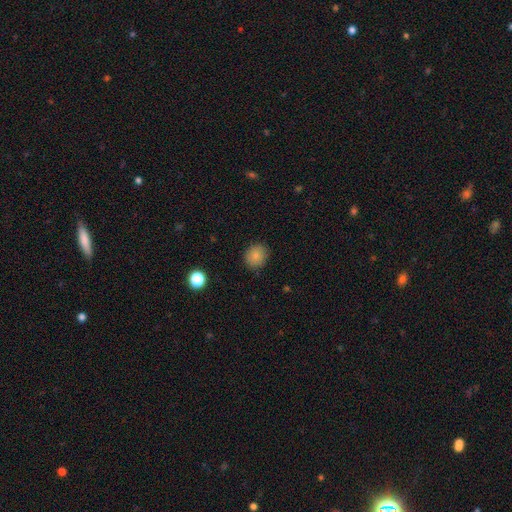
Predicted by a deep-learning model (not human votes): A smooth galaxy with no disk features (83%) that is round (85%). Merging: none (87%).